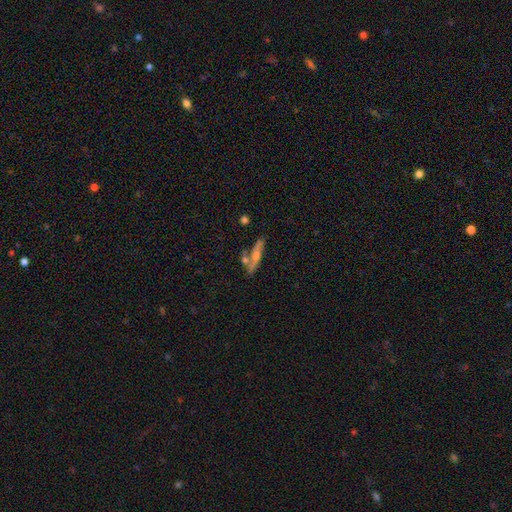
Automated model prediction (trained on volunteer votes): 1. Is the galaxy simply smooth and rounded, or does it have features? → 57% featured or disk, 34% smooth, 9% star or artifact.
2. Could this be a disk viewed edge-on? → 72% yes, 28% no.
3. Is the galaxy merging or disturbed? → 60% none, 18% merger, 16% minor disturbance, 6% major disturbance.